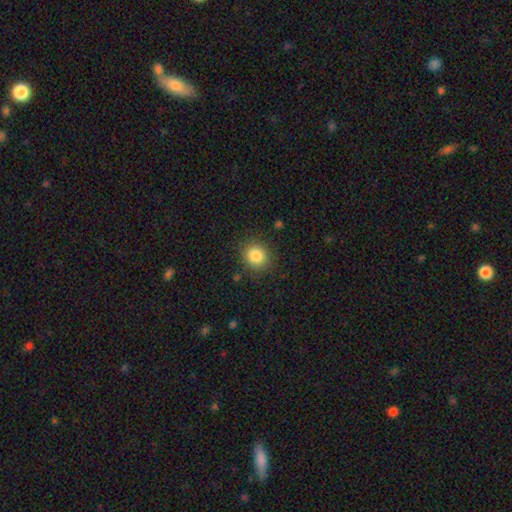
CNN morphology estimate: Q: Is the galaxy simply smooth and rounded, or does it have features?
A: smooth — 85%.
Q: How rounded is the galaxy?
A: round — 82%.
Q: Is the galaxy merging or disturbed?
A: none — 87%.